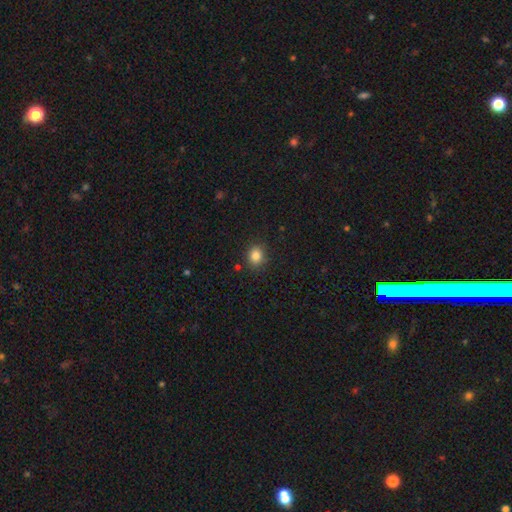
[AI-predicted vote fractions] Smooth or featured? Predicted: smooth (p=0.84). How rounded? Predicted: round (p=0.69). Merging? Predicted: none (p=0.87).